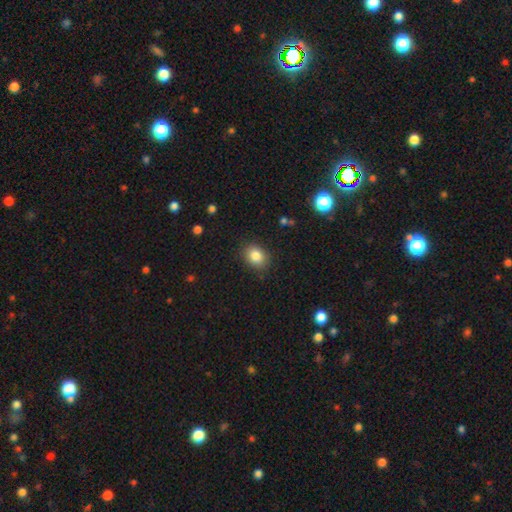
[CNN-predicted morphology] This appears to be a smooth galaxy with no disk features (84%) that is in between round and cigar-shaped (54%). Merging: none (86%).